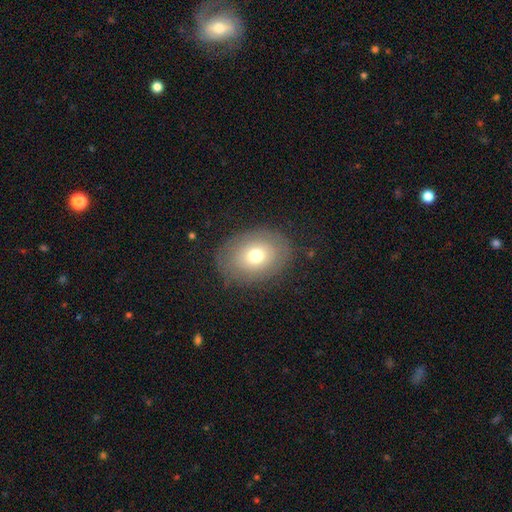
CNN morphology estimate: A smooth galaxy with no disk features (66%) that is in between round and cigar-shaped (66%). Merging: none (79%).